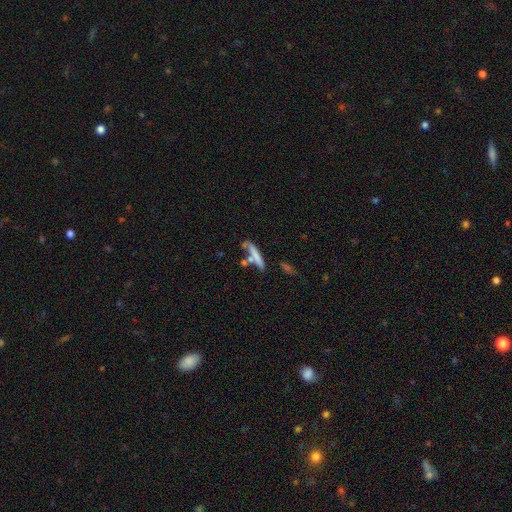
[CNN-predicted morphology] The model was most divided on "merging": none: 56%, merger: 22%, minor disturbance: 16%, major disturbance: 7%. More confident: how rounded — cigar-shaped (88%); smooth or featured — smooth (66%).